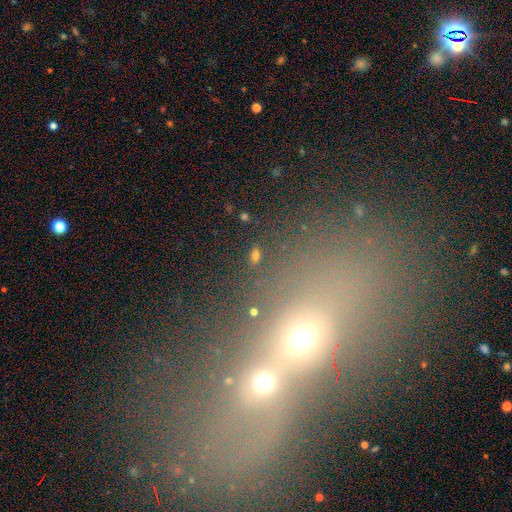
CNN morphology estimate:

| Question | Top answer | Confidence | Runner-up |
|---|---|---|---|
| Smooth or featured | smooth | 46% | star or artifact (39%) |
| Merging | none | 81% | minor disturbance (9%) |